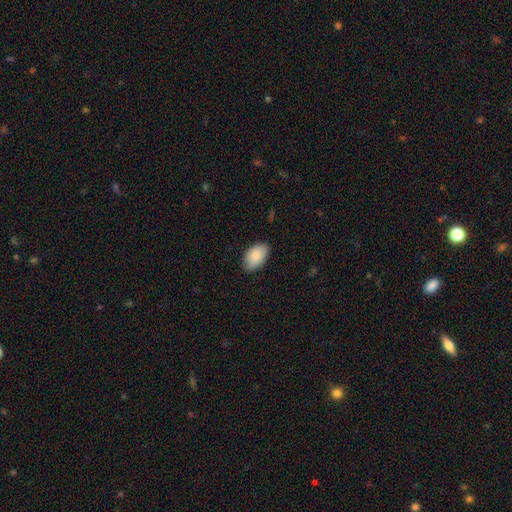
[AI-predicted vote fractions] Smooth or featured? smooth (87%)
How rounded? in between (94%)
Merging? none (86%)